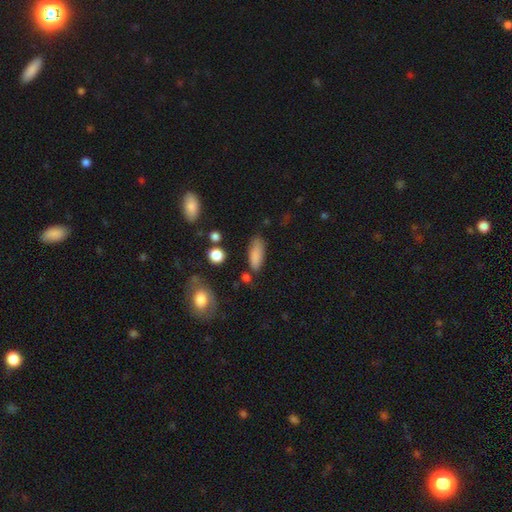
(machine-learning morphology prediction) smooth 84%, star or artifact 8%, featured or disk 8%. Down the decision tree: how rounded — in between (73%); merging — none (71%).